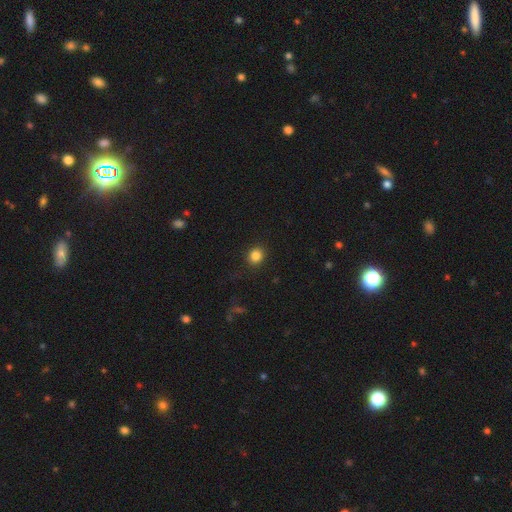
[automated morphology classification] The model was most divided on "how rounded": round: 82%, in between: 17%, cigar-shaped: 1%. More confident: merging — none (89%); smooth or featured — smooth (85%).